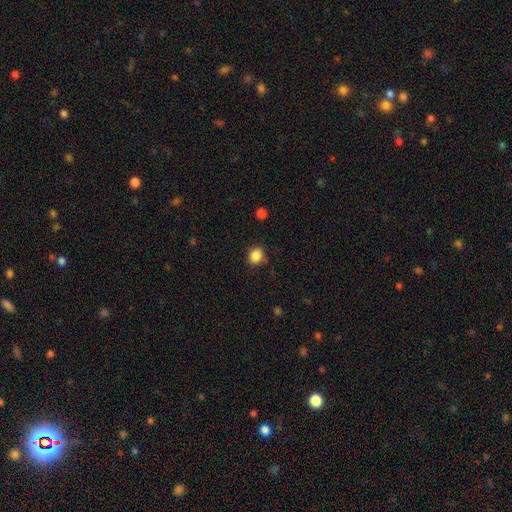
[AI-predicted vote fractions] The model was most divided on "how rounded": round: 61%, in between: 38%, cigar-shaped: 1%. More confident: smooth or featured — smooth (85%); merging — none (81%).